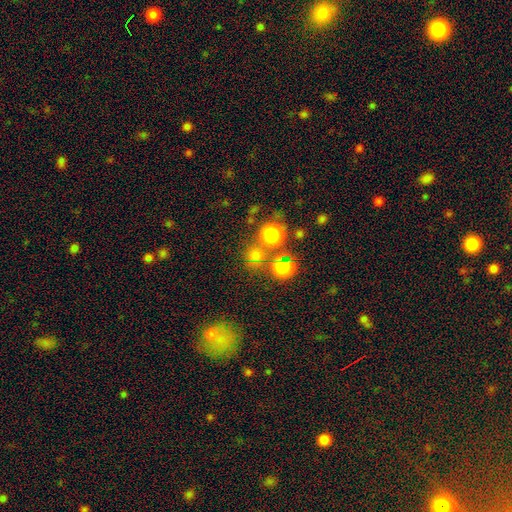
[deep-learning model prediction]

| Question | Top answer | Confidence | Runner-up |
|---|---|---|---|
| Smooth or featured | smooth | 65% | star or artifact (28%) |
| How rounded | round | 87% | in between (11%) |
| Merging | none | 67% | merger (19%) |